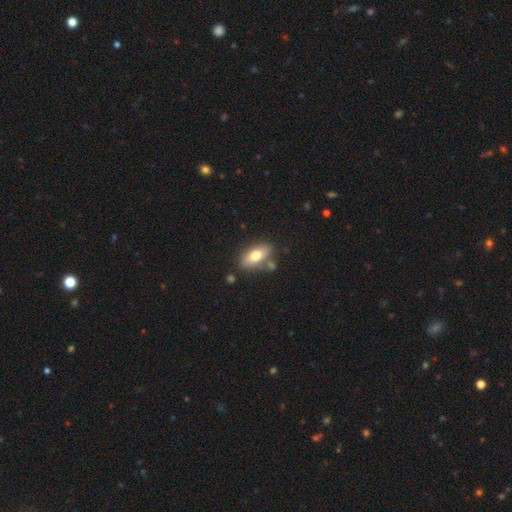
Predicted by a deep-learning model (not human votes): Smooth or featured? Predicted: smooth (p=0.72). How rounded? Predicted: in between (p=0.85). Merging? Predicted: none (p=0.72).